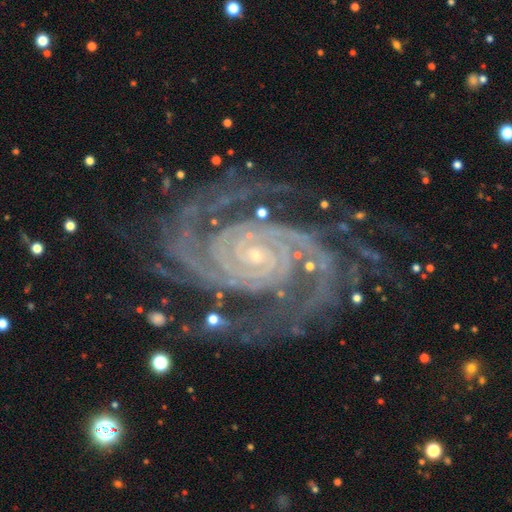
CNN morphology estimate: A featured or disk galaxy (93%) with no bar (65%), 2 (55%) tight (75%) spiral arms (99%) and a small central bulge (86%).

Vote fractions:
- Smooth or featured? featured or disk: 93% / star or artifact: 5% / smooth: 2%
- Edge-on disk? no: 98% / yes: 2%
- Bar? no: 65% / weak: 22% / strong: 13%
- Spiral arms? yes: 99% / no: 1%
- Spiral winding? tight: 75% / medium: 22% / loose: 3%
- Spiral arm count? 2: 55% / 3: 14% / 4: 9% / can't tell: 9% / more than 4: 7% / 1: 6%
- Bulge size? small: 86% / moderate: 9% / none: 2% / large: 1% / dominant: 1%
- Merging? none: 75% / minor disturbance: 15% / major disturbance: 7% / merger: 2%